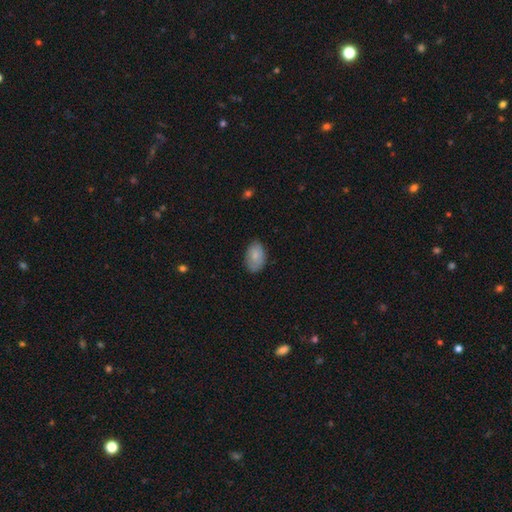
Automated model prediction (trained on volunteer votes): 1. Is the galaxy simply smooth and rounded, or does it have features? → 76% smooth, 17% featured or disk, 7% star or artifact.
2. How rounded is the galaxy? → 88% in between, 11% round, 1% cigar-shaped.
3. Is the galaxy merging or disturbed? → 78% none, 17% minor disturbance, 3% major disturbance, 1% merger.